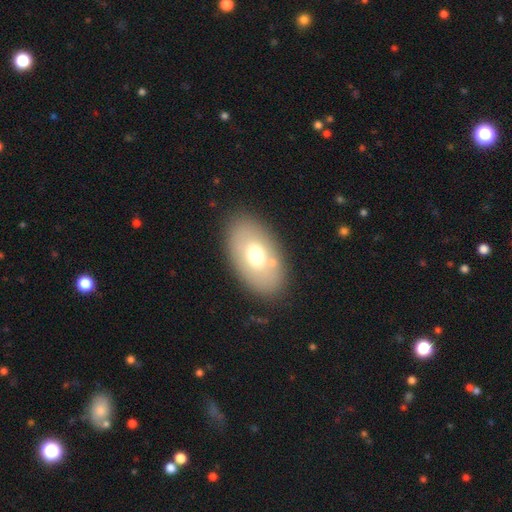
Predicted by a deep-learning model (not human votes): Smooth or featured? Predicted: smooth (p=0.64). How rounded? Predicted: in between (p=0.90). Merging? Predicted: none (p=0.81).